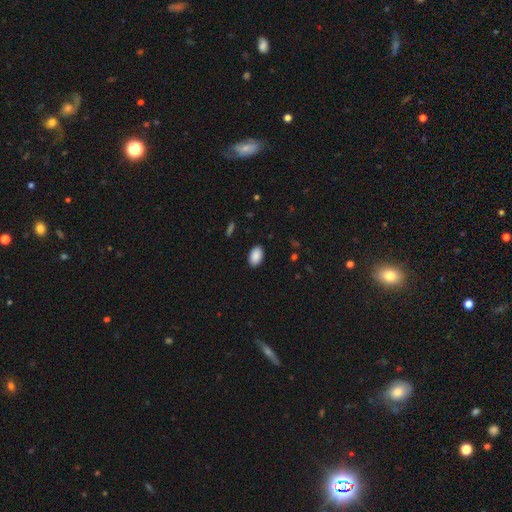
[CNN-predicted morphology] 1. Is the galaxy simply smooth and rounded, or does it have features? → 90% smooth, 7% star or artifact, 3% featured or disk.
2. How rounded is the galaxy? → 92% in between, 7% round, 1% cigar-shaped.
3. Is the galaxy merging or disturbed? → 89% none, 8% minor disturbance, 2% major disturbance, 1% merger.